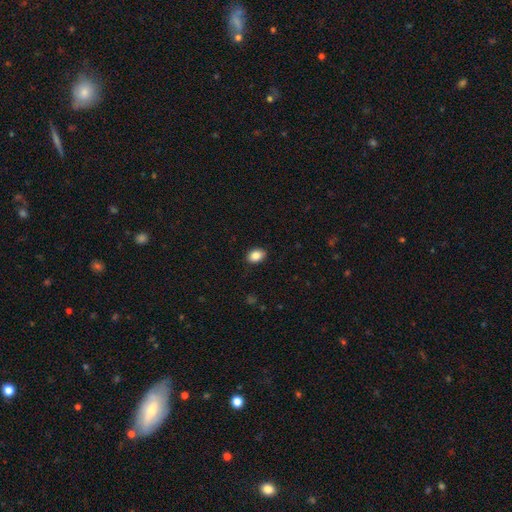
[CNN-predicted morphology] type=smooth (87%); roundness=in between (73%); merging=none (89%).